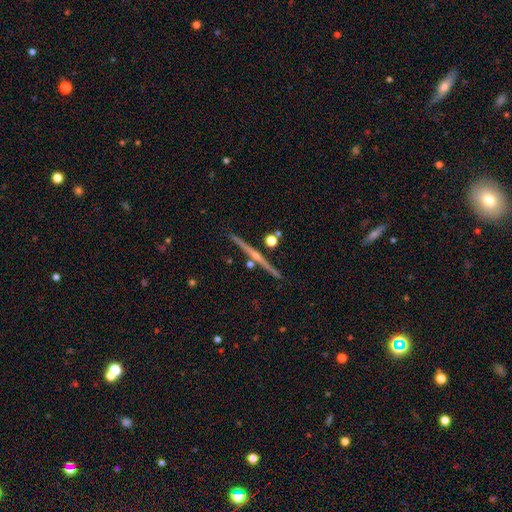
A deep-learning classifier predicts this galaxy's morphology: Smooth or featured: featured or disk — 81% (smooth — 12%)
Edge-on disk: yes — 98% (no — 2%)
Edge-on bulge: rounded — 69% (none — 25%)
Merging: none — 90% (minor disturbance — 5%)